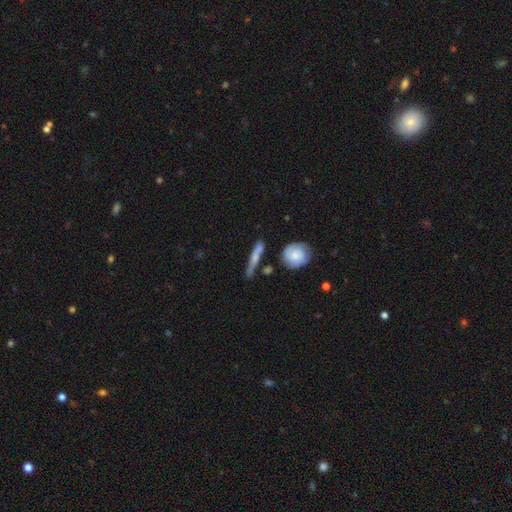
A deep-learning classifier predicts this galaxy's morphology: Smooth or featured?
  - smooth: 49% *
  - featured or disk: 44%
  - star or artifact: 7%
Merging?
  - none: 66% *
  - minor disturbance: 19%
  - merger: 9%
  - major disturbance: 6%